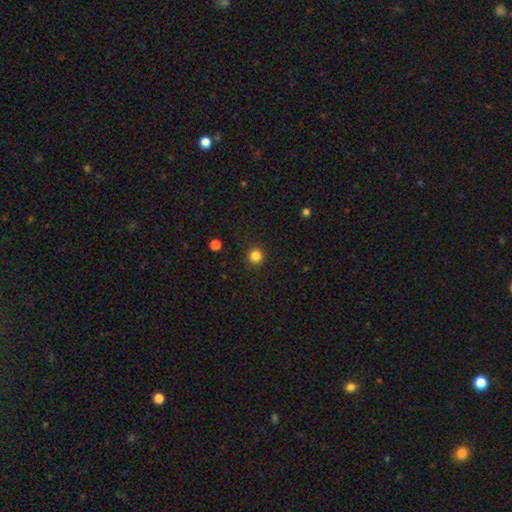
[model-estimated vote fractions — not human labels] Smooth or featured: smooth — 84% (star or artifact — 12%)
How rounded: round — 95% (in between — 5%)
Merging: none — 92% (minor disturbance — 5%)